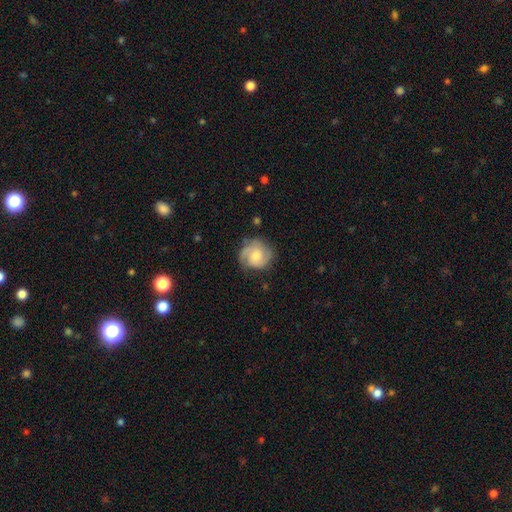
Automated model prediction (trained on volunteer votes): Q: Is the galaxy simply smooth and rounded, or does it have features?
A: featured or disk — 70%.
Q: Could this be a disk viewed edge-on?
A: no — 98%.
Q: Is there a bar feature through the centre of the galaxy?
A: no — 69%.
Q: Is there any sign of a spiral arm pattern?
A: yes — 94%.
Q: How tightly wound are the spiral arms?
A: tight — 47%.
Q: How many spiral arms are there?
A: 2 — 57%.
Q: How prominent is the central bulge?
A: moderate — 52%.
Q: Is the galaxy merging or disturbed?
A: none — 76%.